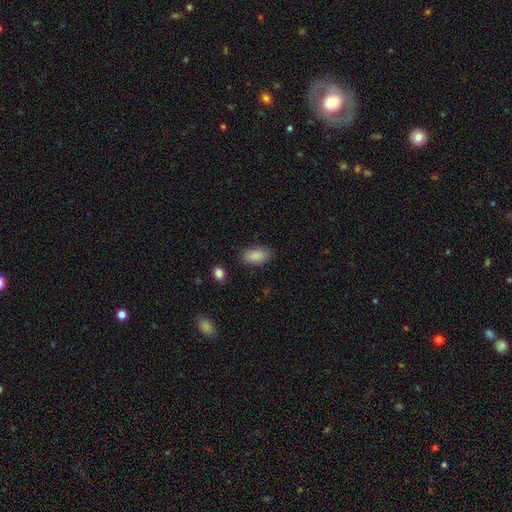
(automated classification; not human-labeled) Smooth or featured? smooth (88%)
How rounded? in between (92%)
Merging? none (82%)